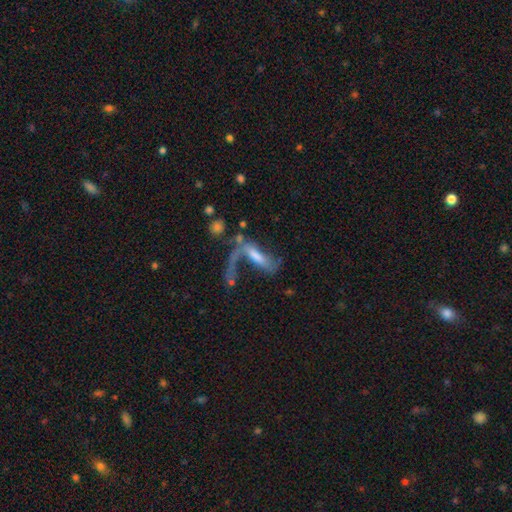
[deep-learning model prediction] Q: Smooth or featured?
A: featured or disk (59%); runner-up: smooth (32%)
Q: Edge-on disk?
A: no (77%); runner-up: yes (23%)
Q: Merging?
A: major disturbance (41%); runner-up: none (25%)